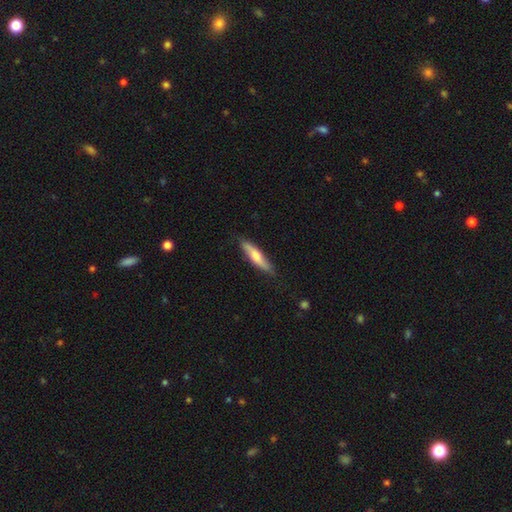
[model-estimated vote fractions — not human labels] Smooth or featured: smooth — 59% (featured or disk — 36%)
How rounded: cigar-shaped — 79% (in between — 19%)
Merging: none — 81% (minor disturbance — 16%)